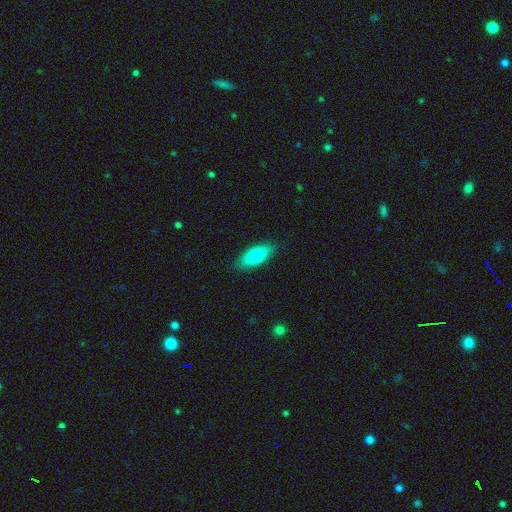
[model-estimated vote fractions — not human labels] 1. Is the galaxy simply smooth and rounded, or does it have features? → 78% smooth, 15% featured or disk, 6% star or artifact.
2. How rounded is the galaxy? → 82% in between, 15% cigar-shaped, 3% round.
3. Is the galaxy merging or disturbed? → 88% none, 9% minor disturbance, 2% major disturbance, 1% merger.